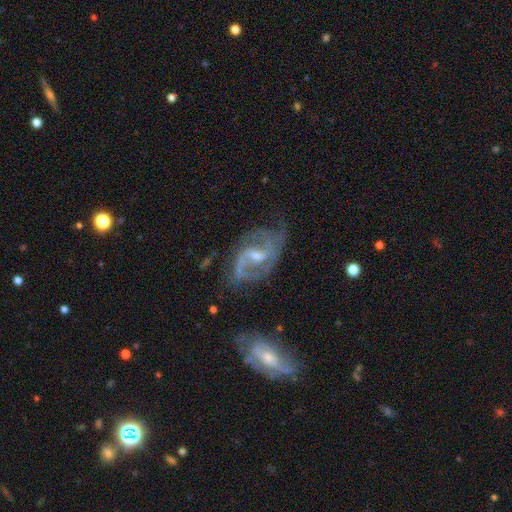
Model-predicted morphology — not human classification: Q: Smooth or featured?
A: featured or disk (88%); runner-up: star or artifact (7%)
Q: Edge-on disk?
A: no (96%); runner-up: yes (4%)
Q: Bar?
A: weak (54%); runner-up: no (28%)
Q: Spiral arms?
A: yes (96%); runner-up: no (4%)
Q: Spiral winding?
A: medium (51%); runner-up: loose (29%)
Q: Spiral arm count?
A: 2 (77%); runner-up: can't tell (8%)
Q: Bulge size?
A: small (47%); runner-up: moderate (45%)
Q: Merging?
A: none (63%); runner-up: minor disturbance (21%)